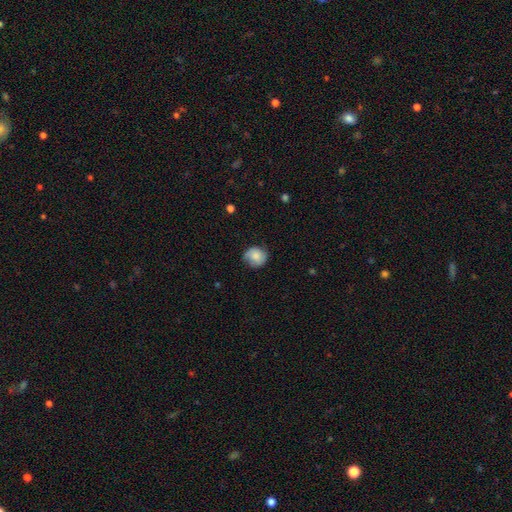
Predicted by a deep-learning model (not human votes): A smooth galaxy with no disk features (78%) that is round (81%). Merging: none (65%).